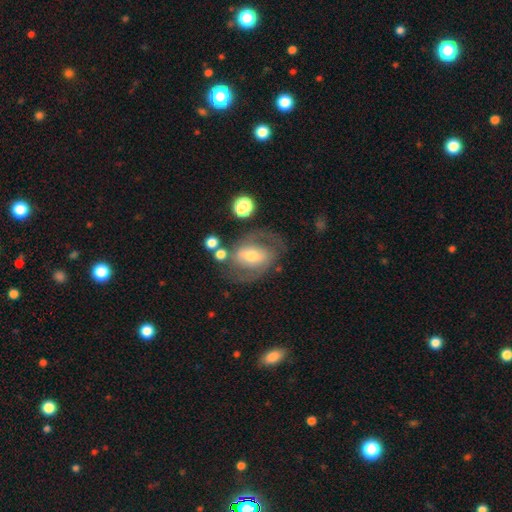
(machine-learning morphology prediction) smooth_or_featured: featured or disk (p=0.72) [alt: smooth p=0.20]
disk_edge_on: no (p=0.95) [alt: yes p=0.05]
bar: weak (p=0.39) [alt: no p=0.34]
has_spiral_arms: yes (p=0.75) [alt: no p=0.25]
spiral_winding: medium (p=0.48) [alt: tight p=0.33]
spiral_arm_count: 2 (p=0.78) [alt: can't tell p=0.14]
bulge_size: moderate (p=0.58) [alt: small p=0.32]
merging: none (p=0.68) [alt: minor disturbance p=0.16]